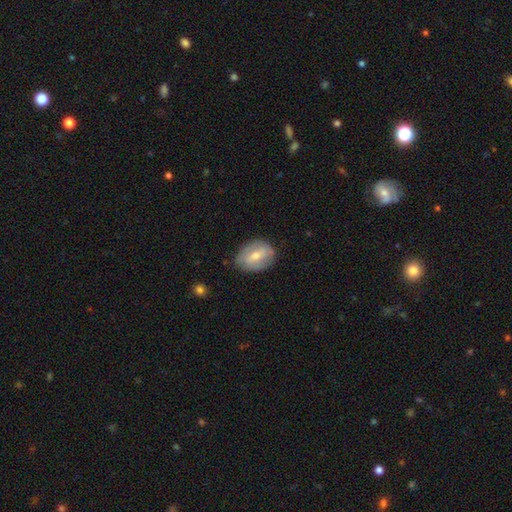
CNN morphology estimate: This appears to be a smooth galaxy with no disk features (48%). Merging: none (77%).